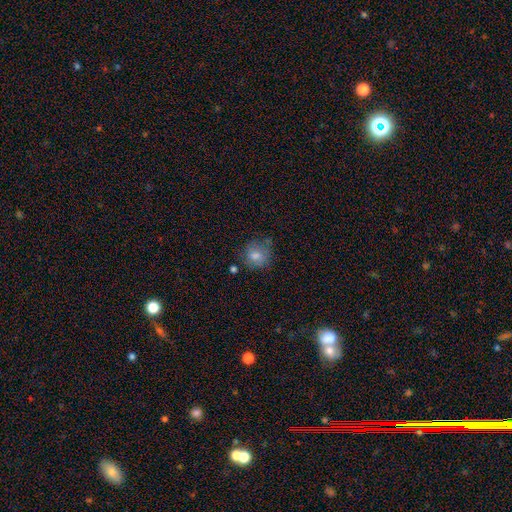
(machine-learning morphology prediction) Smooth or featured: smooth — 73% (featured or disk — 15%)
How rounded: round — 84% (in between — 15%)
Merging: none — 68% (minor disturbance — 21%)